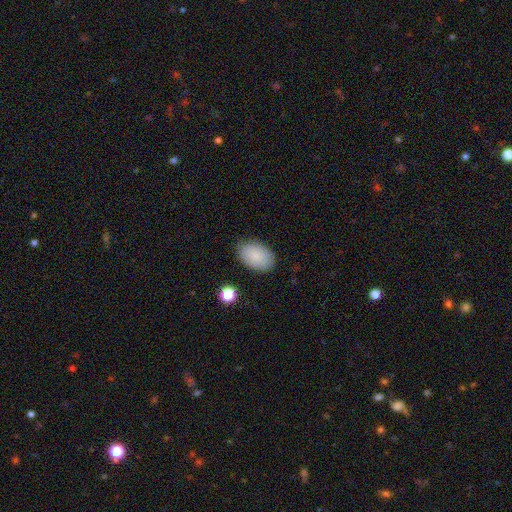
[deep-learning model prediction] smooth-or-featured: smooth: 86% | star or artifact: 7% | featured or disk: 7%
  how-rounded: in between: 90% | round: 9% | cigar-shaped: 1%
  merging: none: 84% | minor disturbance: 12% | major disturbance: 3% | merger: 1%